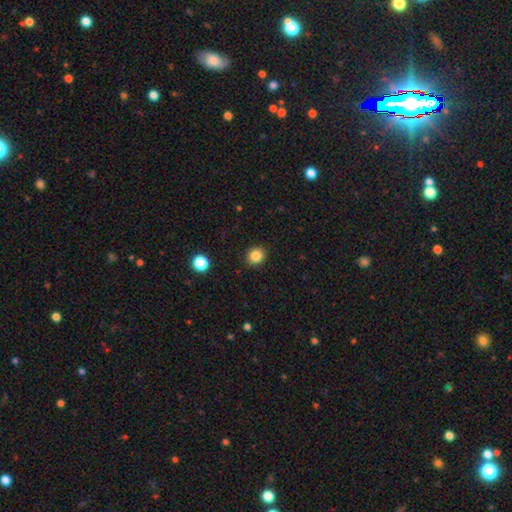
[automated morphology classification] smooth_or_featured: smooth (p=0.84) [alt: star or artifact p=0.11]
how_rounded: round (p=0.82) [alt: in between p=0.17]
merging: none (p=0.90) [alt: minor disturbance p=0.07]